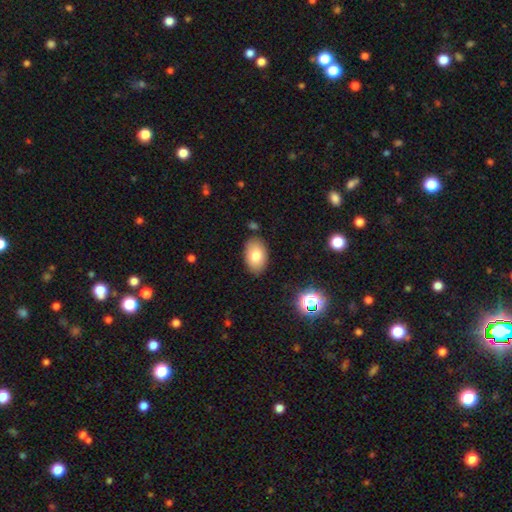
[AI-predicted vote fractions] Overall: smooth (79%). How rounded: in between (89%). Merging: none (85%).